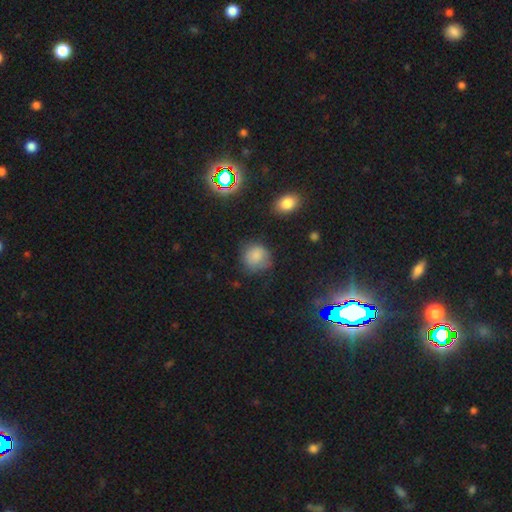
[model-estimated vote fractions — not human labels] Smooth or featured? smooth (78%)
How rounded? round (82%)
Merging? none (65%)